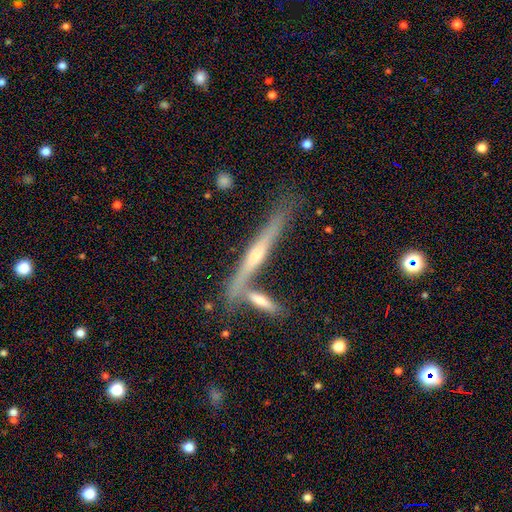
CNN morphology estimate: A featured or disk galaxy (67%) viewed edge-on (94%) with a rounded central bulge (67%).

Vote fractions:
- Smooth or featured? featured or disk: 67% / smooth: 27% / star or artifact: 6%
- Edge-on disk? yes: 94% / no: 6%
- Edge-on bulge? rounded: 67% / none: 24% / boxy: 9%
- Merging? none: 60% / merger: 23% / minor disturbance: 13% / major disturbance: 4%